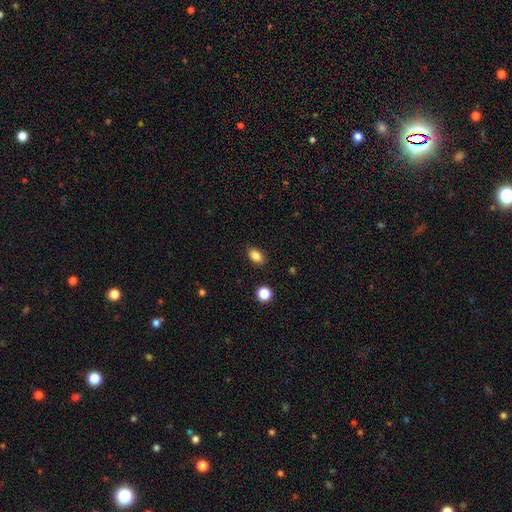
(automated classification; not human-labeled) Smooth or featured? Predicted: smooth (p=0.85). How rounded? Predicted: in between (p=0.84). Merging? Predicted: none (p=0.87).